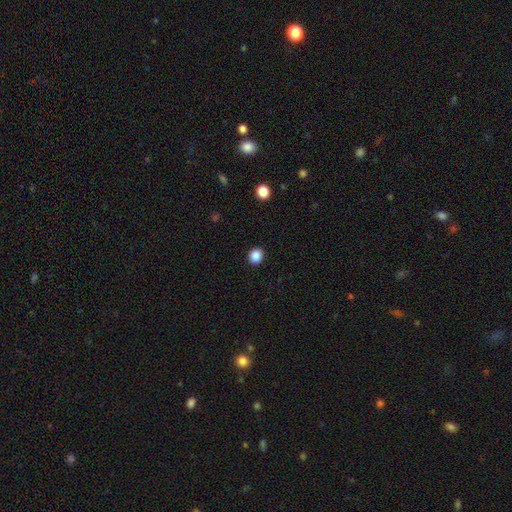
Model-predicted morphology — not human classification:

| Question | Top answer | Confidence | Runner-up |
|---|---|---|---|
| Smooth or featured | smooth | 87% | star or artifact (10%) |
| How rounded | round | 77% | in between (22%) |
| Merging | none | 92% | minor disturbance (5%) |